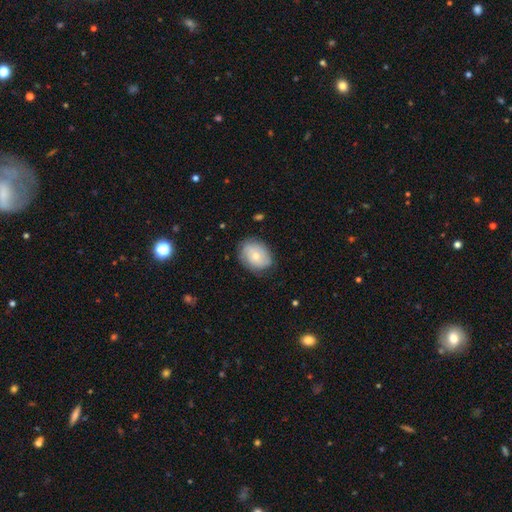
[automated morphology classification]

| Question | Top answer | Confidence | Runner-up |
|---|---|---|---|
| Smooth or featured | smooth | 52% | featured or disk (41%) |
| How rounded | in between | 59% | round (40%) |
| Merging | none | 76% | minor disturbance (18%) |